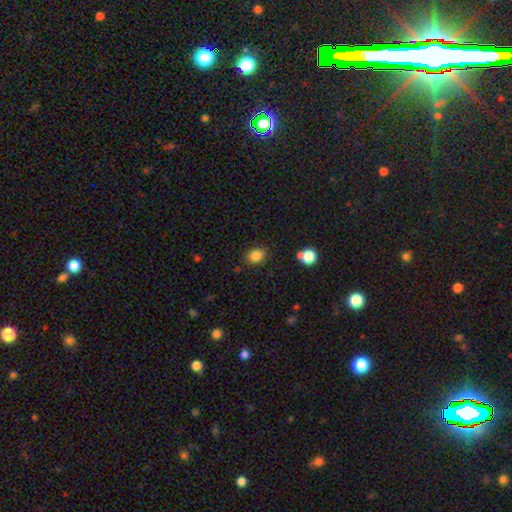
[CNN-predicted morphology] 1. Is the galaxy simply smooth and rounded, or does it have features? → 84% smooth, 11% star or artifact, 5% featured or disk.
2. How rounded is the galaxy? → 62% in between, 36% round, 1% cigar-shaped.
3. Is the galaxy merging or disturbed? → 79% none, 14% minor disturbance, 3% major disturbance, 3% merger.